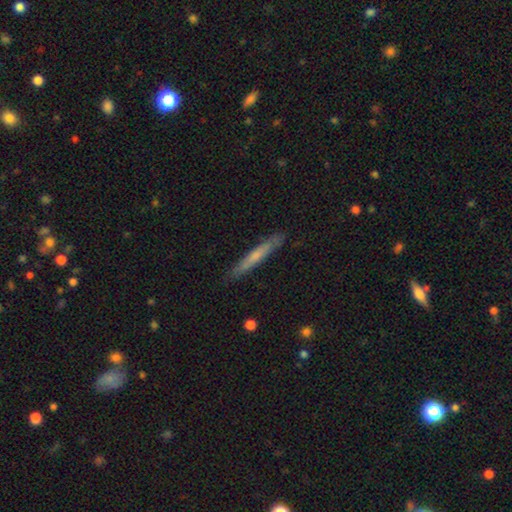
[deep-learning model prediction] smooth_or_featured: smooth (p=0.54) [alt: featured or disk p=0.40]
how_rounded: cigar-shaped (p=0.95) [alt: in between p=0.03]
merging: none (p=0.87) [alt: minor disturbance p=0.10]